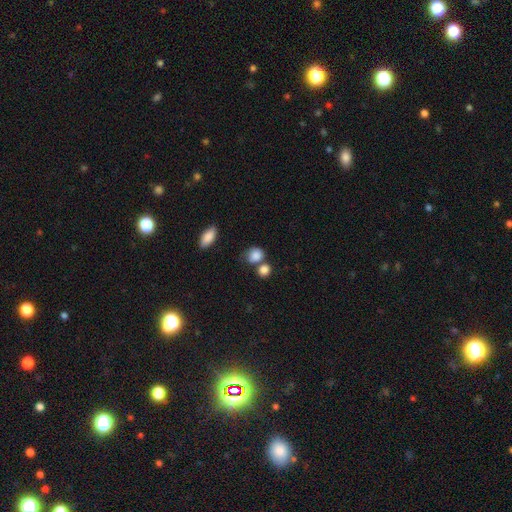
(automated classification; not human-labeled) Morphology: type=smooth (86%); roundness=round (64%); merging=none (50%).